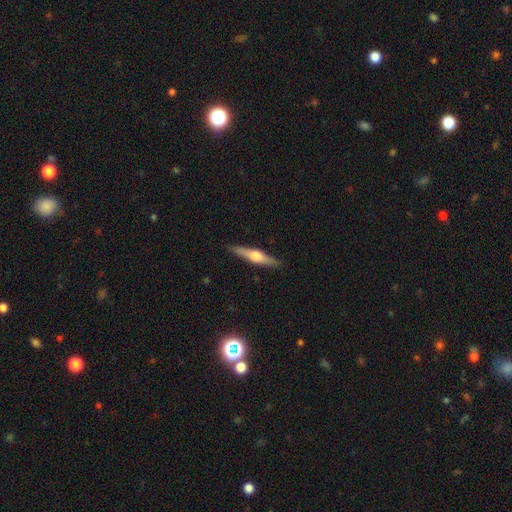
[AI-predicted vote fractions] smooth_or_featured: featured or disk (p=0.64) [alt: smooth p=0.31]
disk_edge_on: yes (p=0.97) [alt: no p=0.03]
edge_on_bulge: rounded (p=0.91) [alt: boxy p=0.06]
merging: none (p=0.90) [alt: minor disturbance p=0.07]